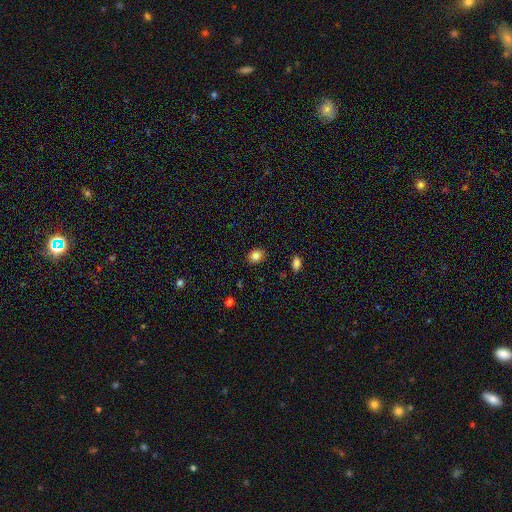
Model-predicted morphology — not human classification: A smooth galaxy with no disk features (84%) that is round (62%). Merging: none (88%).